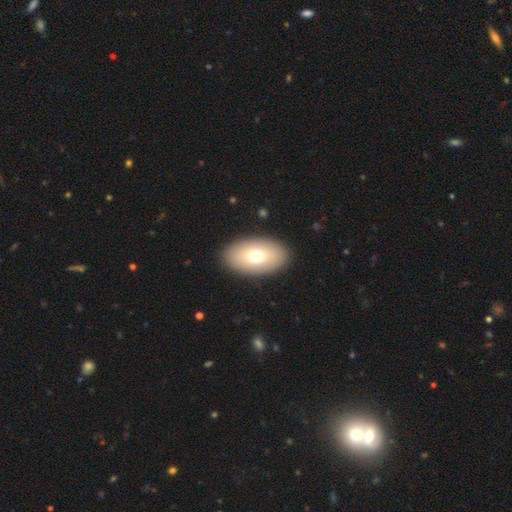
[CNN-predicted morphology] A smooth galaxy with no disk features (72%) that is in between round and cigar-shaped (91%).

Vote fractions:
- Smooth or featured? smooth: 72% / featured or disk: 20% / star or artifact: 8%
- How rounded? in between: 91% / round: 7% / cigar-shaped: 1%
- Merging? none: 89% / minor disturbance: 7% / major disturbance: 3% / merger: 1%